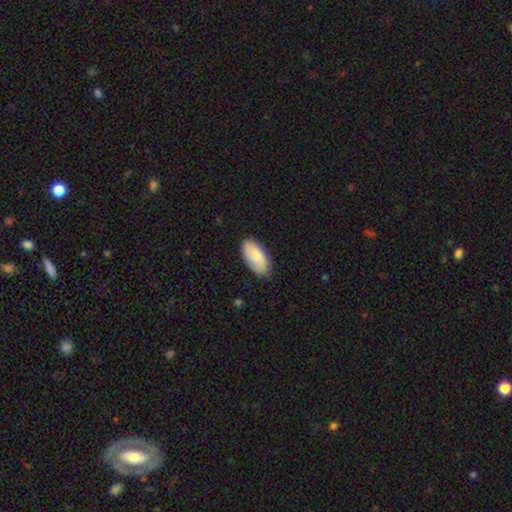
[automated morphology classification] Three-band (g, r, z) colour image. It shows a smooth galaxy with no disk features (81%) that is in between round and cigar-shaped (93%). Merging: none (79%).